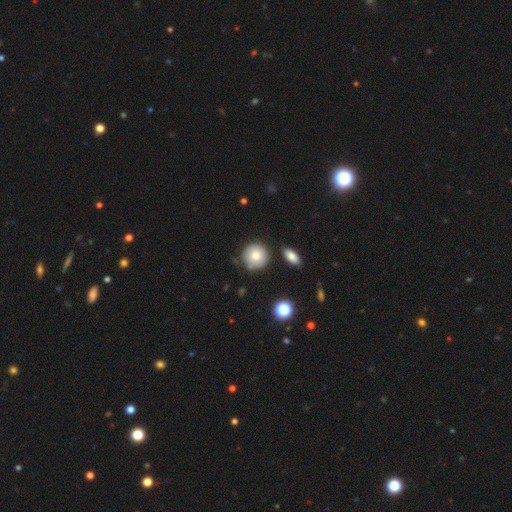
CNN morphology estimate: Smooth or featured? smooth (79%)
How rounded? round (93%)
Merging? none (78%)